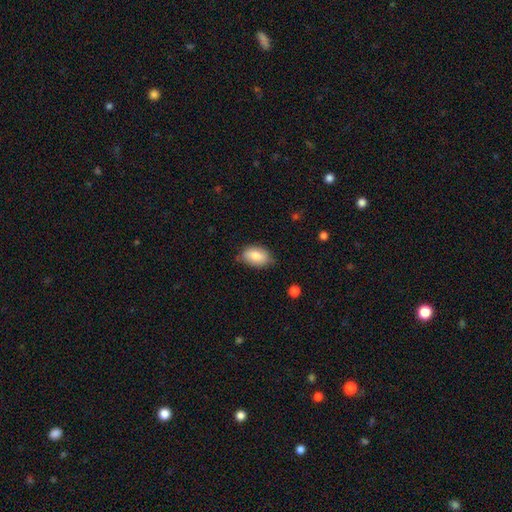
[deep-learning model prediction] The model was most divided on "merging": none: 68%, minor disturbance: 26%, major disturbance: 4%, merger: 2%. More confident: how rounded — in between (87%); smooth or featured — smooth (82%).